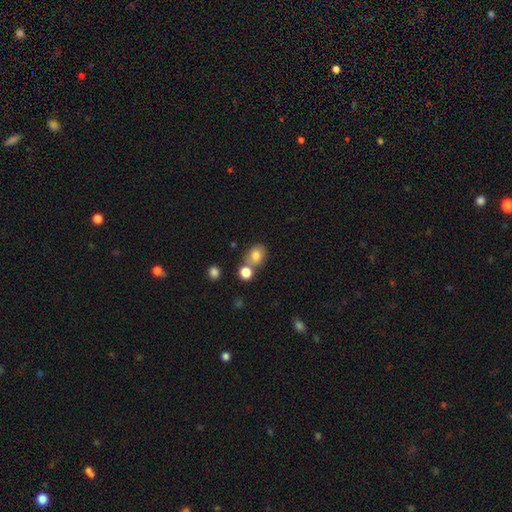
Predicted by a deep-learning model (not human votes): Smooth or featured: smooth — 81% (star or artifact — 10%)
How rounded: round — 57% (in between — 42%)
Merging: none — 55% (merger — 29%)